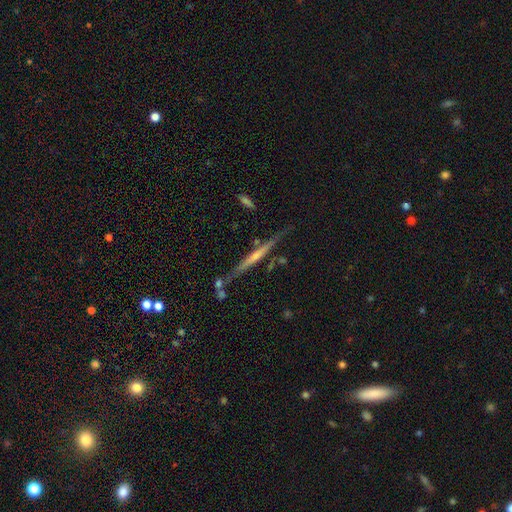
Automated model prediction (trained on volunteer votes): A featured or disk galaxy (73%) viewed edge-on (96%) with a rounded central bulge (50%). Merging: none (83%).